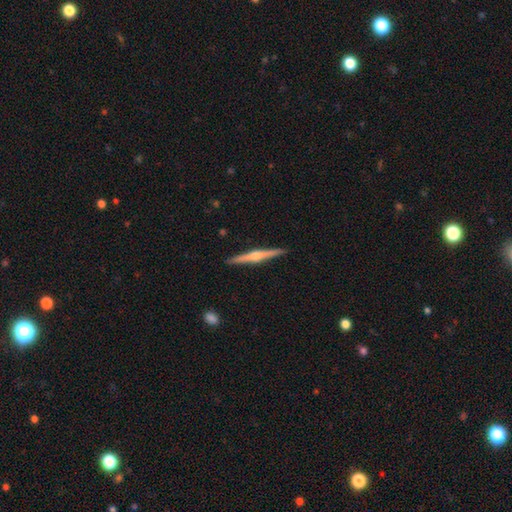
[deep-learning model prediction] A featured or disk galaxy (75%) viewed edge-on (98%) with a rounded central bulge (89%). Merging: none (92%).